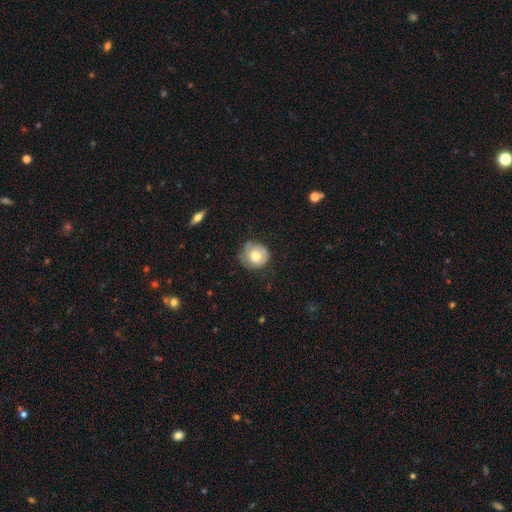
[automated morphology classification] A smooth galaxy with no disk features (68%) that is round (88%). Merging: none (60%).